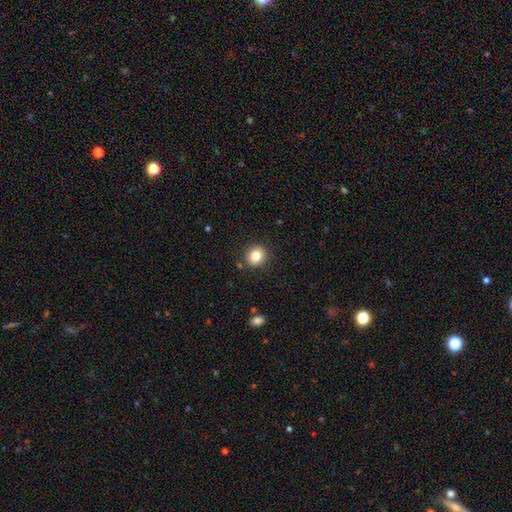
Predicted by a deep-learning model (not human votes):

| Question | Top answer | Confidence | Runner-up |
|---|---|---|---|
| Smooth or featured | smooth | 83% | star or artifact (11%) |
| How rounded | round | 81% | in between (18%) |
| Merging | none | 88% | minor disturbance (7%) |